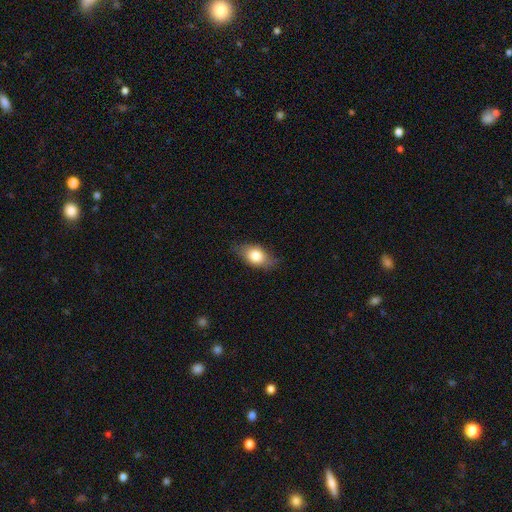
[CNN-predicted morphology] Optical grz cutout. It shows a smooth galaxy with no disk features (76%) that is in between round and cigar-shaped (83%). Merging: none (74%).